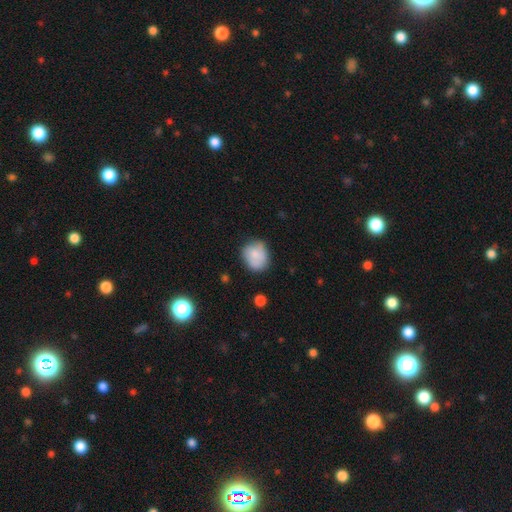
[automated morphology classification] smooth_or_featured: smooth (p=0.76) [alt: featured or disk p=0.16]
how_rounded: round (p=0.62) [alt: in between p=0.37]
merging: none (p=0.63) [alt: minor disturbance p=0.27]